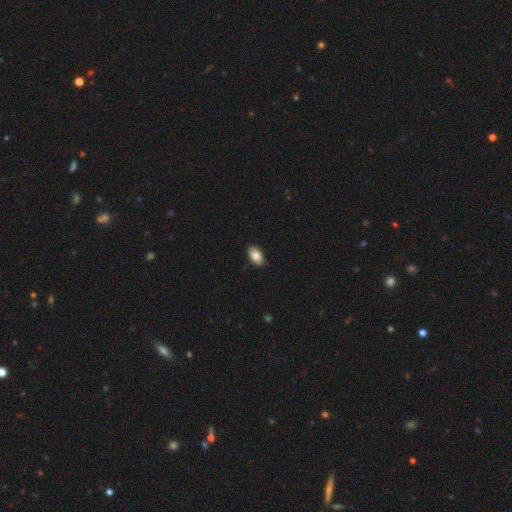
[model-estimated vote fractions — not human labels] The model was most divided on "smooth or featured": smooth: 85%, featured or disk: 8%, star or artifact: 7%. More confident: how rounded — in between (93%); merging — none (90%).